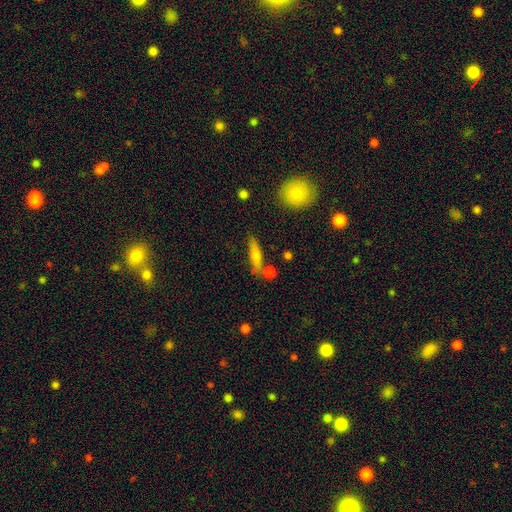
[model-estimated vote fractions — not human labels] This is likely a smooth galaxy (64%). How rounded: likely cigar-shaped (76%). Merging: likely none (71%).